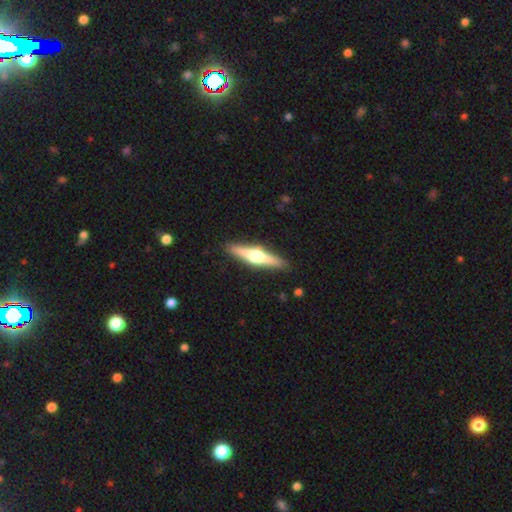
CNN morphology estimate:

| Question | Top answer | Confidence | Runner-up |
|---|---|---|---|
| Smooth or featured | featured or disk | 66% | smooth (29%) |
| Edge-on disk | yes | 97% | no (3%) |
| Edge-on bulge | rounded | 94% | boxy (4%) |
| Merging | none | 90% | minor disturbance (7%) |